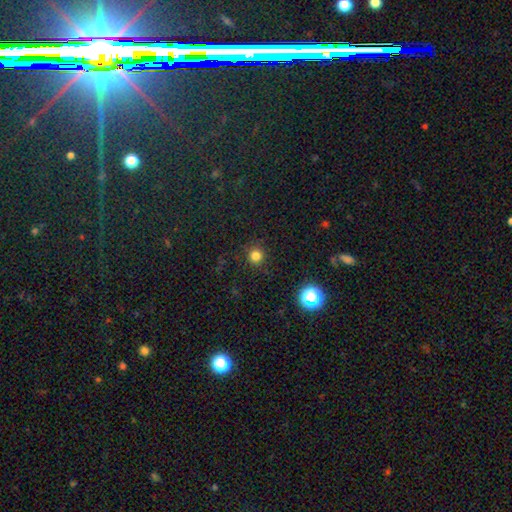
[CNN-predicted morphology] The model was most divided on "smooth or featured": smooth: 79%, star or artifact: 16%, featured or disk: 5%. More confident: how rounded — round (95%); merging — none (90%).